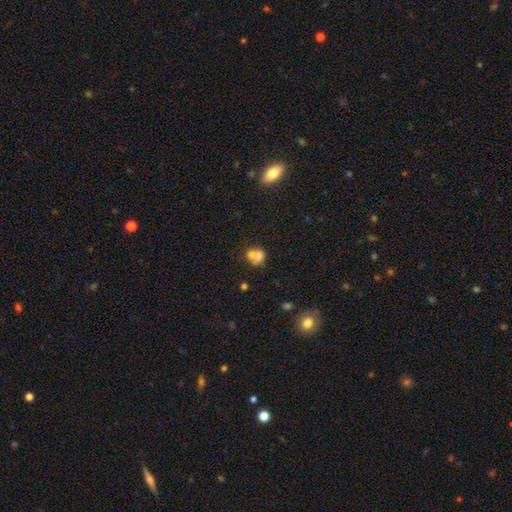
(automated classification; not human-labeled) Smooth or featured: smooth — 63% (featured or disk — 22%)
How rounded: round — 56% (in between — 42%)
Merging: merger — 59% (none — 27%)